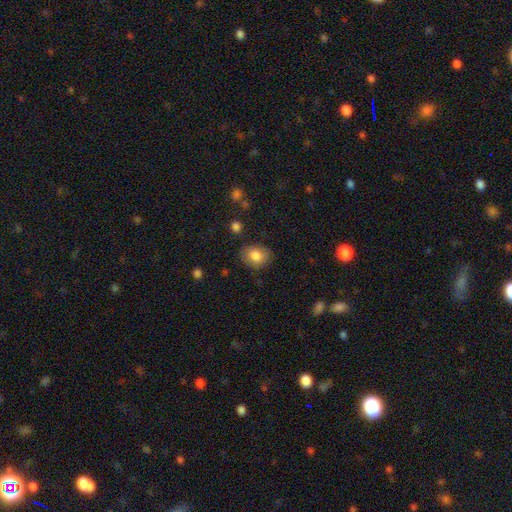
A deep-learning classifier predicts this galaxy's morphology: Smooth or featured: smooth — 82% (featured or disk — 10%)
How rounded: in between — 53% (round — 46%)
Merging: none — 82% (minor disturbance — 13%)